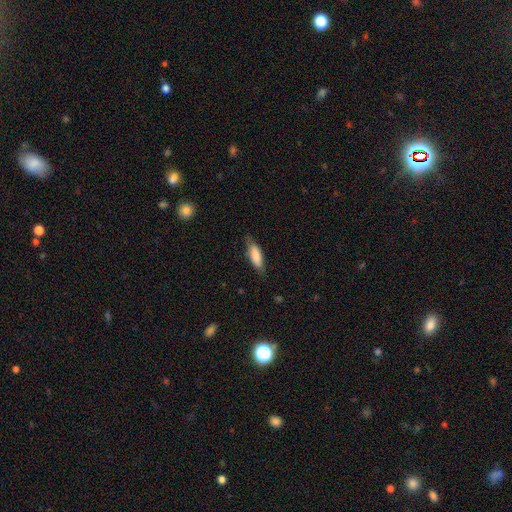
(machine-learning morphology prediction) smooth-or-featured: smooth: 80% | featured or disk: 14% | star or artifact: 6%
  how-rounded: in between: 60% | cigar-shaped: 38% | round: 2%
  merging: none: 69% | minor disturbance: 24% | major disturbance: 5% | merger: 1%